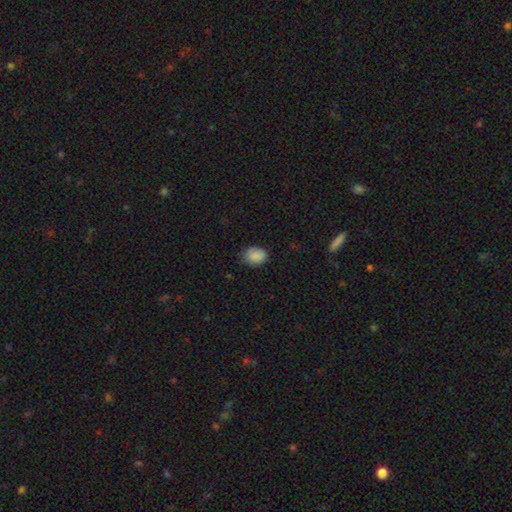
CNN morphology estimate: type=smooth (87%); roundness=in between (62%); merging=none (76%).